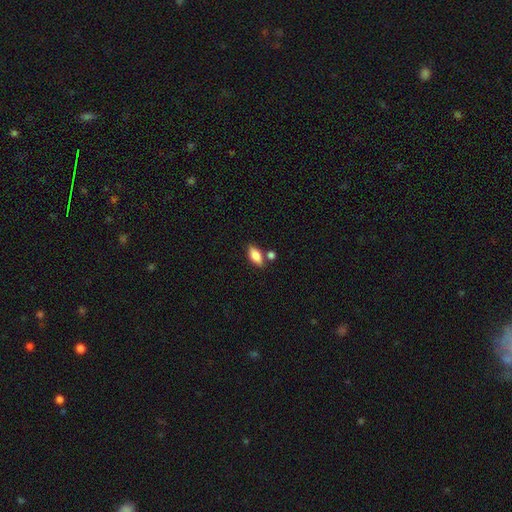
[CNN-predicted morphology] Smooth or featured? smooth (82%)
How rounded? in between (86%)
Merging? none (69%)